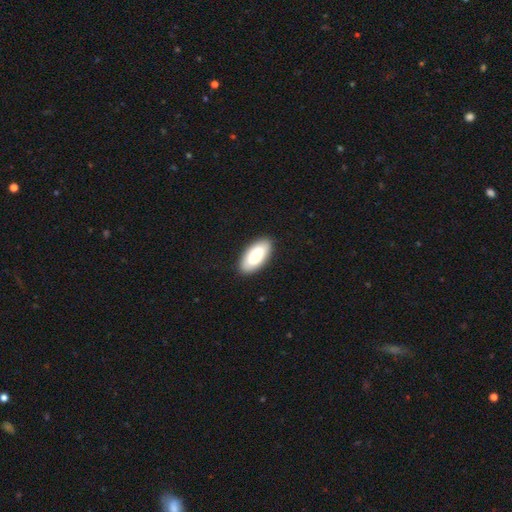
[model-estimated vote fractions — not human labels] This appears to be a smooth galaxy with no disk features (82%) that is in between round and cigar-shaped (90%). Merging: none (89%).